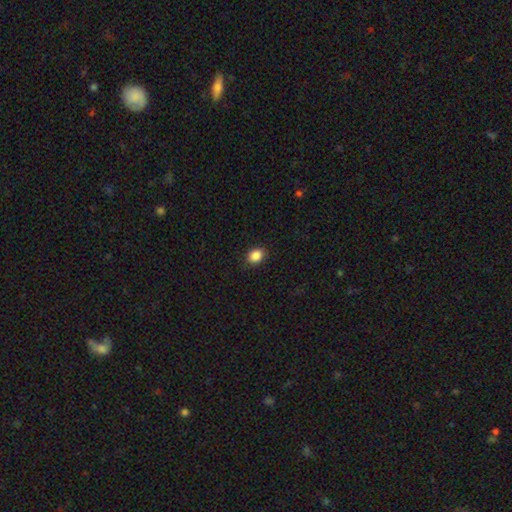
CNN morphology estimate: A smooth galaxy with no disk features (87%) that is in between round and cigar-shaped (61%). Merging: none (89%).